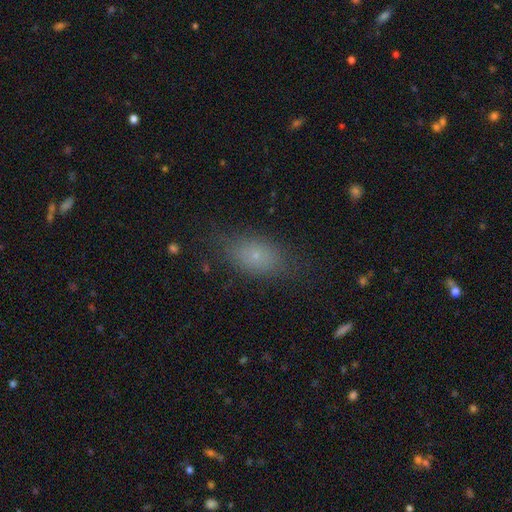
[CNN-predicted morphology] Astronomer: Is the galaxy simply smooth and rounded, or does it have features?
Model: smooth — 70%.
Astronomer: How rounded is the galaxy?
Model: in between — 81%.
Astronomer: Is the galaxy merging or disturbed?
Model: none — 74%.